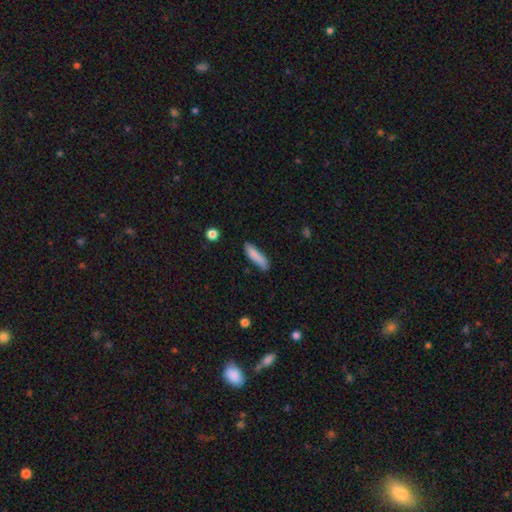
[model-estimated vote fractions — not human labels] Smooth or featured? Predicted: smooth (p=0.84). How rounded? Predicted: cigar-shaped (p=0.73). Merging? Predicted: none (p=0.77).